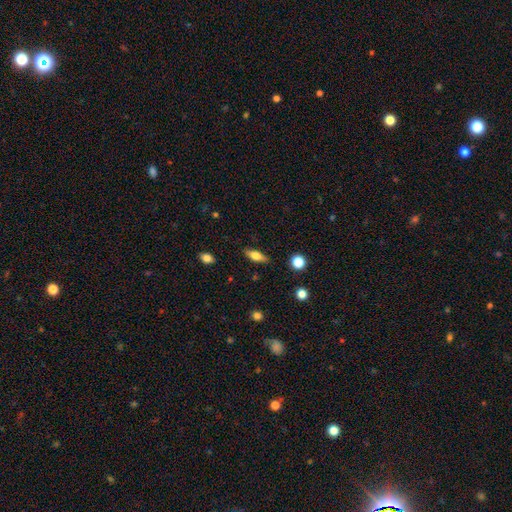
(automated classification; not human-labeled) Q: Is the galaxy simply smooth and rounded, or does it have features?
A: smooth — 61%.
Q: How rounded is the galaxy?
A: in between — 65%.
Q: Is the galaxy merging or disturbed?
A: none — 85%.